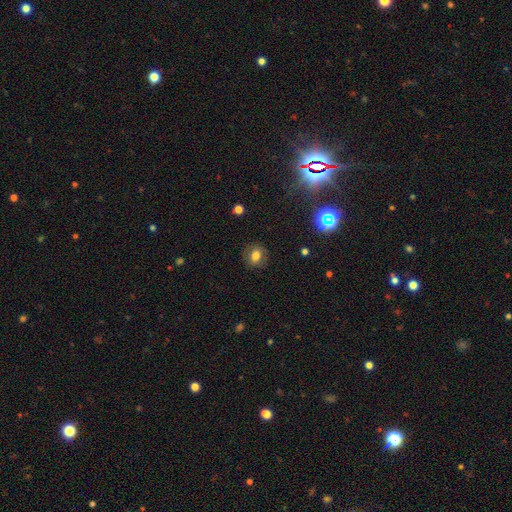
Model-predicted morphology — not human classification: Smooth or featured?
  - smooth: 75% *
  - star or artifact: 13%
  - featured or disk: 12%
How rounded?
  - round: 67% *
  - in between: 32%
  - cigar-shaped: 1%
Merging?
  - none: 85% *
  - minor disturbance: 10%
  - major disturbance: 3%
  - merger: 1%